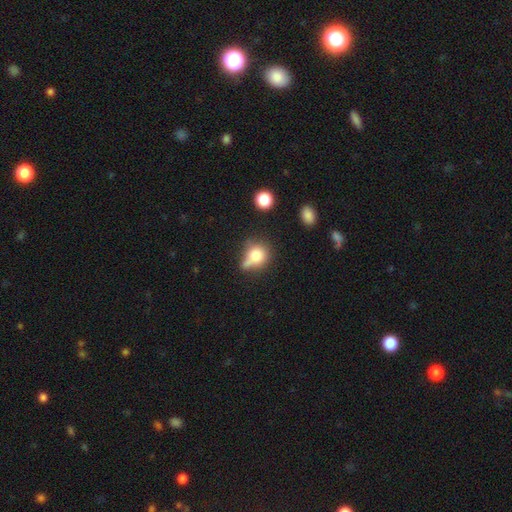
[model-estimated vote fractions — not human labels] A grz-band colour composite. It shows a smooth galaxy with no disk features (74%) that is round (74%). Merging: none (41%).